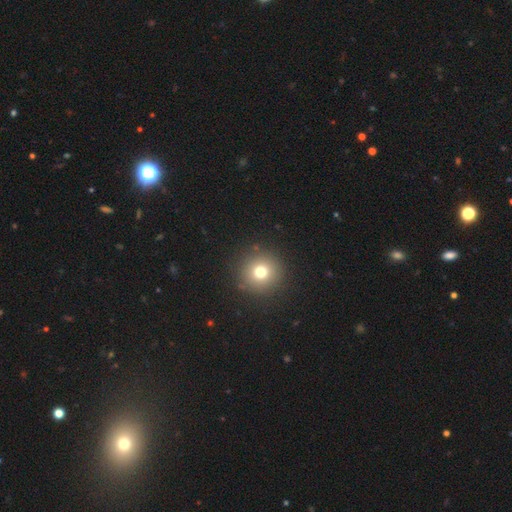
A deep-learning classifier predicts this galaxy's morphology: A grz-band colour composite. It shows a smooth galaxy with no disk features (58%) that is round (95%). Merging: none (92%).